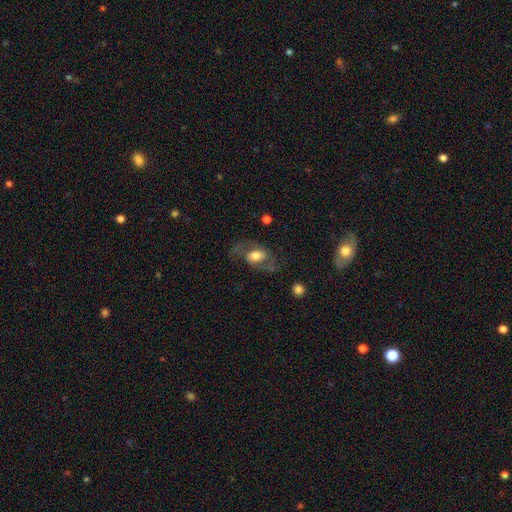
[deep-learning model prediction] featured or disk 59%, smooth 34%, star or artifact 7%. Down the decision tree: edge-on disk — no (94%); bar — no (54%); spiral arms — yes (75%); bulge size — moderate (52%); merging — none (62%).